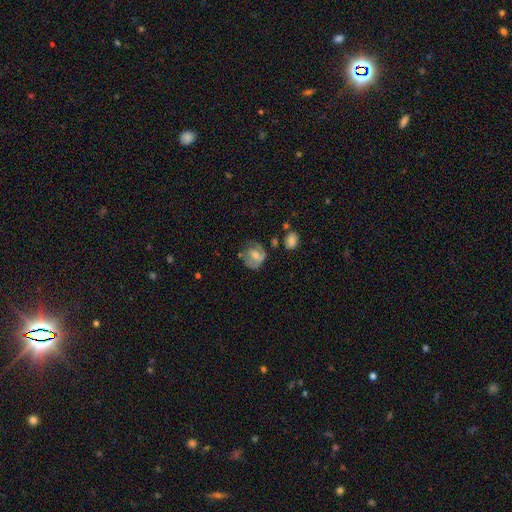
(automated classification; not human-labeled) smooth_or_featured: featured or disk (p=0.61) [alt: smooth p=0.32]
disk_edge_on: no (p=0.97) [alt: yes p=0.03]
bar: no (p=0.49) [alt: weak p=0.41]
has_spiral_arms: yes (p=0.81) [alt: no p=0.19]
bulge_size: moderate (p=0.50) [alt: small p=0.38]
merging: none (p=0.55) [alt: minor disturbance p=0.24]